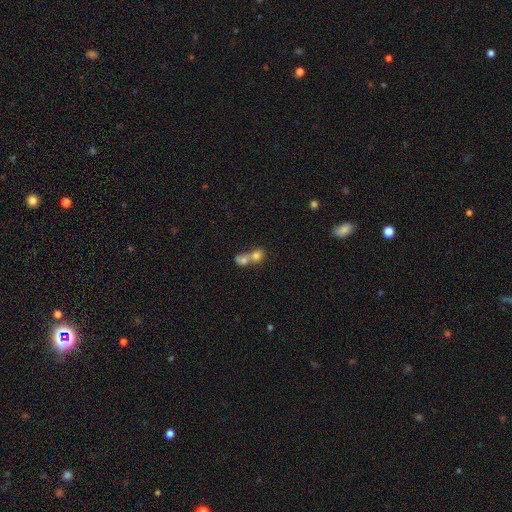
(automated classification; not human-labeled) A smooth galaxy with no disk features (71%) that is round (62%).

Vote fractions:
- Smooth or featured? smooth: 71% / featured or disk: 18% / star or artifact: 10%
- How rounded? round: 62% / in between: 36% / cigar-shaped: 2%
- Merging? merger: 74% / none: 18% / minor disturbance: 5% / major disturbance: 4%